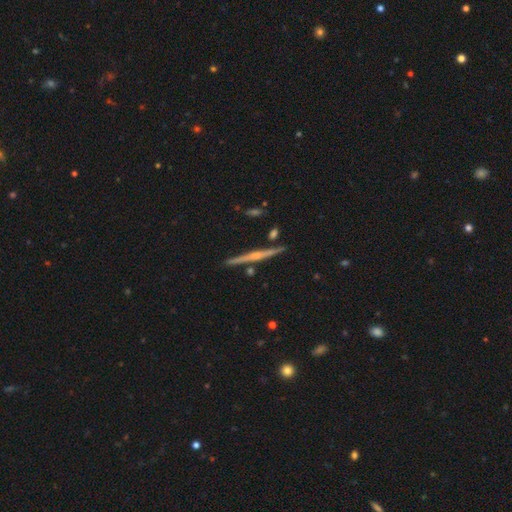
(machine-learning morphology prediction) This is likely a featured or disk galaxy (72%). It is clearly viewed edge-on (98%). Edge-on bulge: possibly rounded (50%). Merging: clearly none (90%).